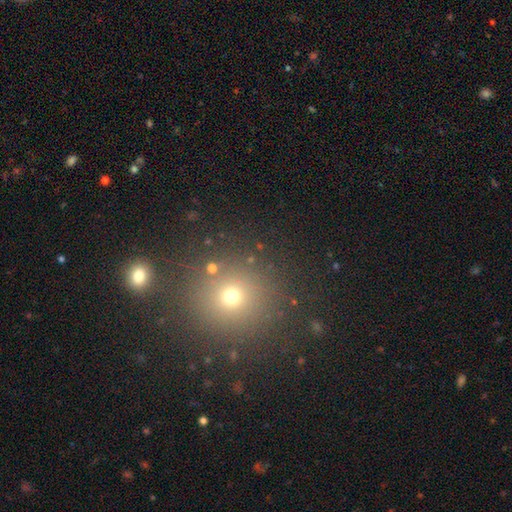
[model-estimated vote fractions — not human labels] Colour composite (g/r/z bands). It shows a smooth galaxy with no disk features (56%) that is round (91%). Merging: none (87%).